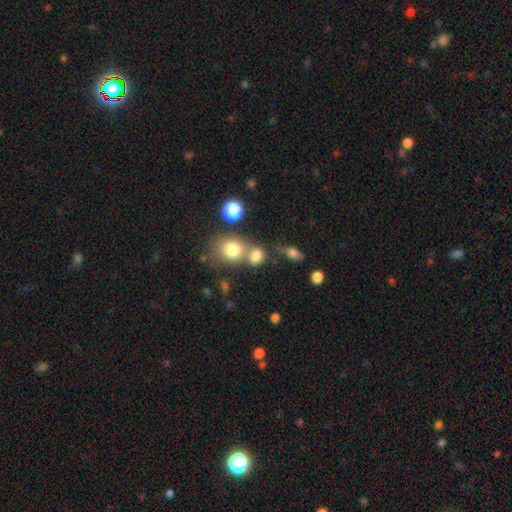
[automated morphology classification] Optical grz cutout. It shows a smooth galaxy with no disk features (79%) that is round (64%). Merging: none (43%).